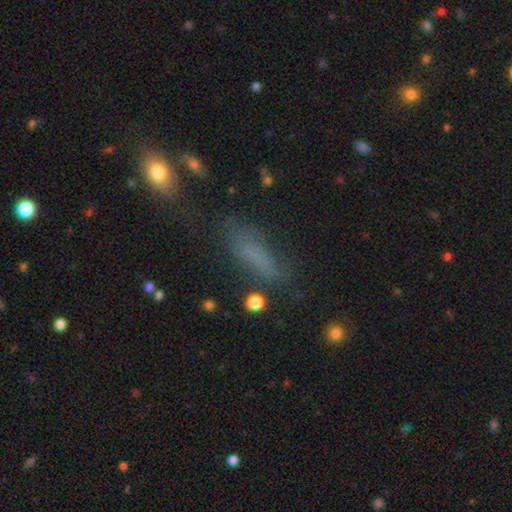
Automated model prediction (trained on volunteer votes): The model was most divided on "how rounded": cigar-shaped: 55%, in between: 42%, round: 4%. More confident: smooth or featured — smooth (67%); merging — none (64%).